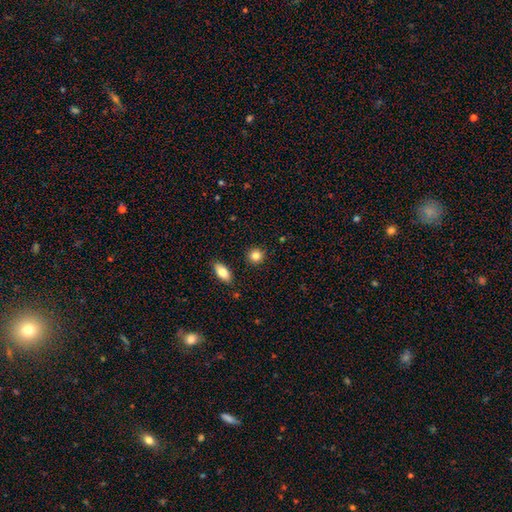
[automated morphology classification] The model was most divided on "smooth or featured": smooth: 84%, star or artifact: 9%, featured or disk: 7%. More confident: merging — none (90%); how rounded — round (88%).